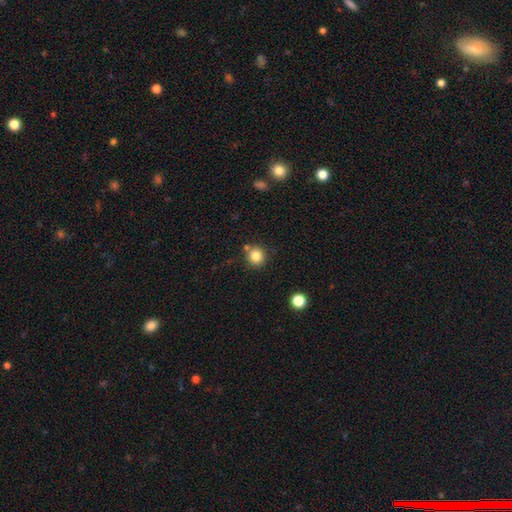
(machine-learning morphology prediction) Smooth or featured: smooth — 83% (star or artifact — 11%)
How rounded: round — 90% (in between — 9%)
Merging: none — 77% (merger — 10%)